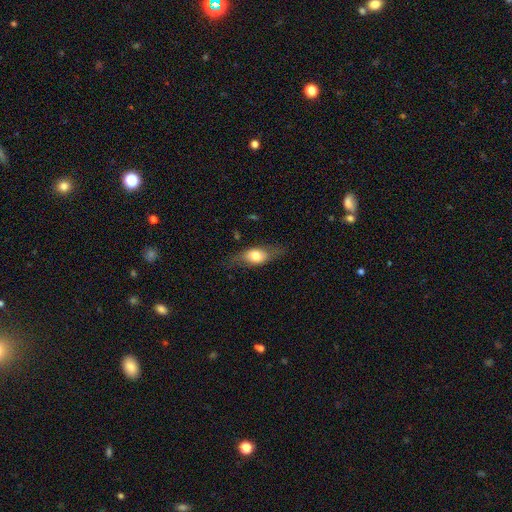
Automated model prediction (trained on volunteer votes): smooth 62%, featured or disk 31%, star or artifact 7%. Down the decision tree: how rounded — in between (74%); merging — none (67%).